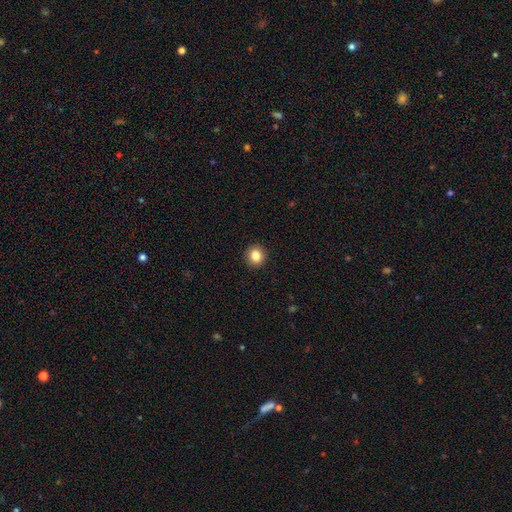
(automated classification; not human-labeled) Overall: smooth (84%). How rounded: round (89%). Merging: none (92%).